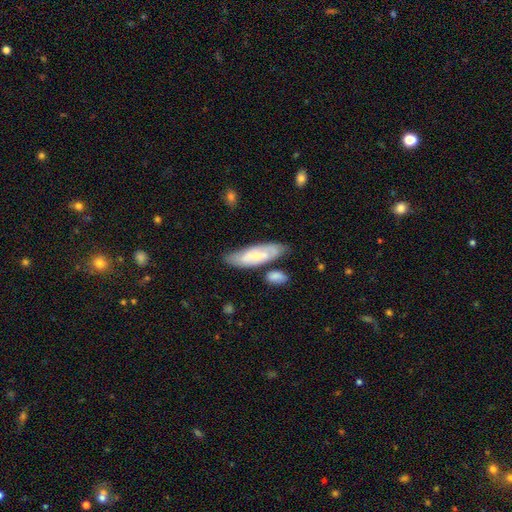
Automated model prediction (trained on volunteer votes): smooth_or_featured: featured or disk (p=0.48) [alt: smooth p=0.46]
merging: none (p=0.68) [alt: minor disturbance p=0.18]